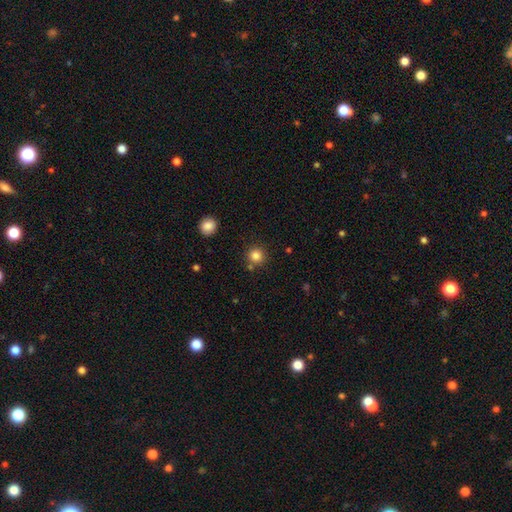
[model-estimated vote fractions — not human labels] smooth_or_featured: smooth (p=0.83) [alt: star or artifact p=0.12]
how_rounded: round (p=0.94) [alt: in between p=0.05]
merging: none (p=0.83) [alt: minor disturbance p=0.07]